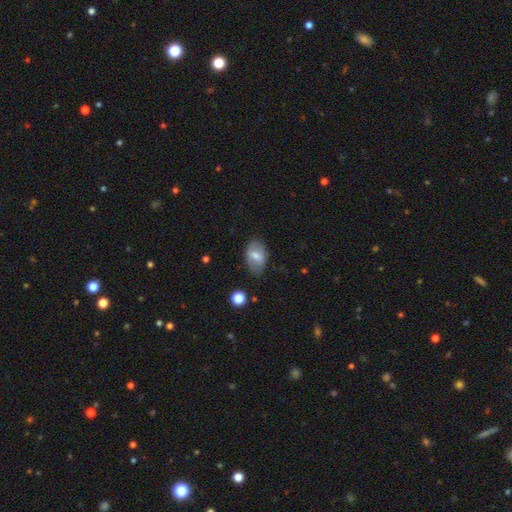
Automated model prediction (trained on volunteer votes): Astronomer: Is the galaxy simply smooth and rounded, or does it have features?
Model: smooth — 63%.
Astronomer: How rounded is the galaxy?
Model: in between — 88%.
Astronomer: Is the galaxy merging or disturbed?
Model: none — 76%.